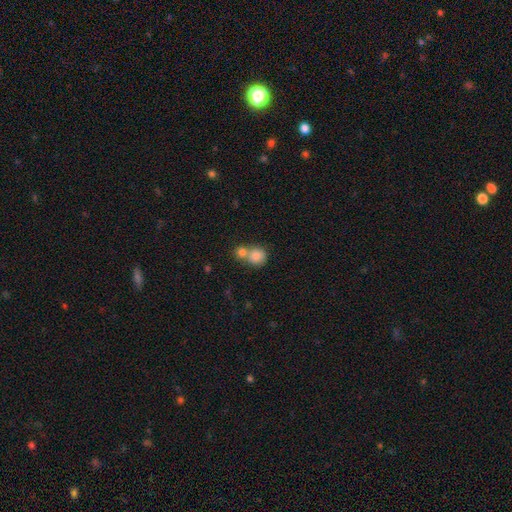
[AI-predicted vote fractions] smooth_or_featured: smooth (p=0.82) [alt: star or artifact p=0.09]
how_rounded: round (p=0.83) [alt: in between p=0.16]
merging: merger (p=0.53) [alt: none p=0.37]